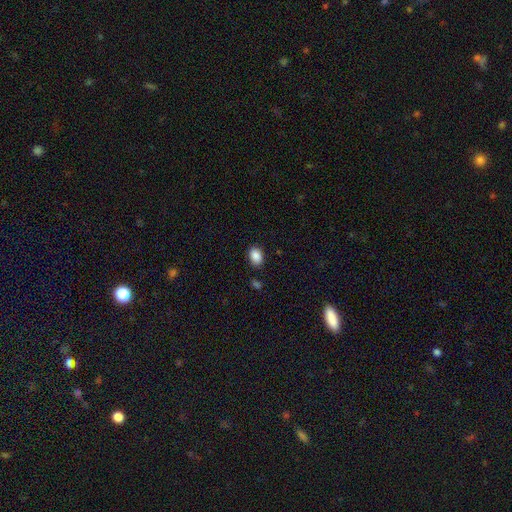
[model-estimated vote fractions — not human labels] Smooth or featured: smooth — 88% (star or artifact — 8%)
How rounded: in between — 78% (round — 21%)
Merging: none — 85% (minor disturbance — 10%)